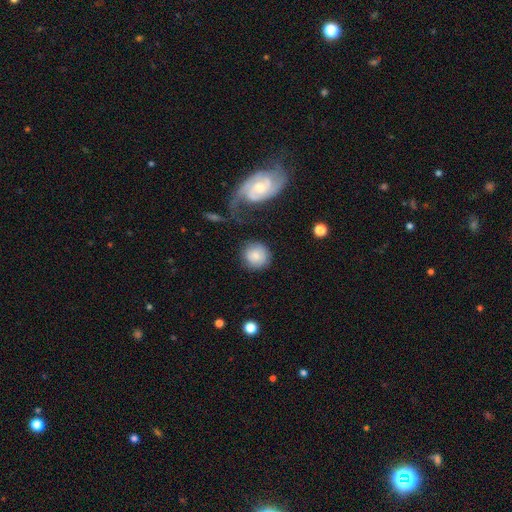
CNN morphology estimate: Overall: smooth (71%). How rounded: round (90%). Merging: none (75%).